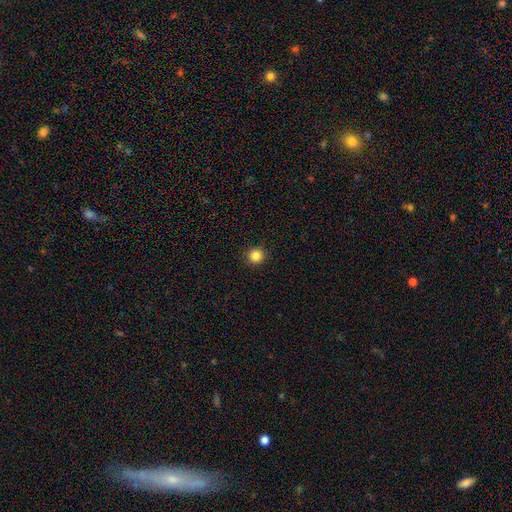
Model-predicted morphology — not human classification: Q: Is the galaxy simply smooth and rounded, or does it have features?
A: smooth — 85%.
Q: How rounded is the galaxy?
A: round — 95%.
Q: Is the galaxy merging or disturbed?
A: none — 93%.